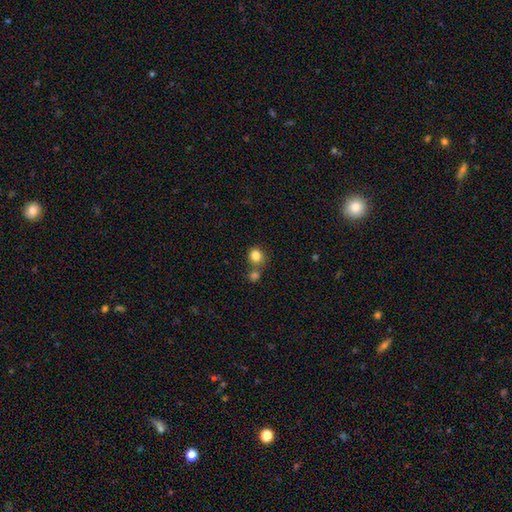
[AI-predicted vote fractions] smooth-or-featured: smooth: 83% | star or artifact: 11% | featured or disk: 6%
  how-rounded: round: 78% | in between: 21% | cigar-shaped: 1%
  merging: none: 59% | merger: 28% | minor disturbance: 10% | major disturbance: 3%